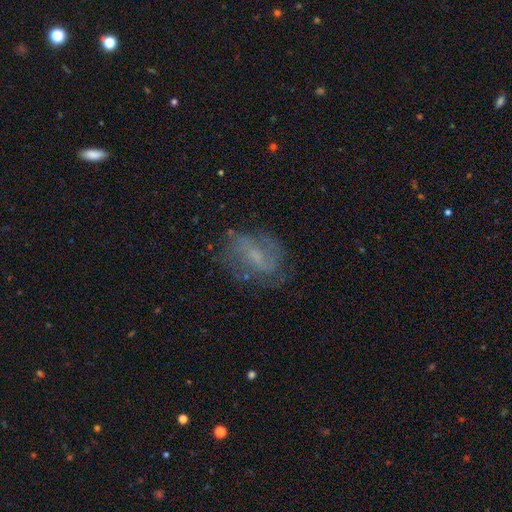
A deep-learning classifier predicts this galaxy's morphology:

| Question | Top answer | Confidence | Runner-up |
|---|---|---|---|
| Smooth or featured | featured or disk | 64% | smooth (26%) |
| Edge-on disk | no | 95% | yes (5%) |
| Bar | weak | 49% | no (32%) |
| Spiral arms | yes | 77% | no (23%) |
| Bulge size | small | 52% | moderate (23%) |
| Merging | none | 64% | minor disturbance (21%) |